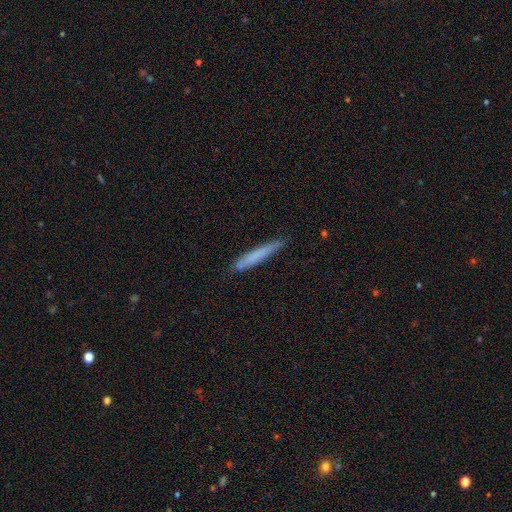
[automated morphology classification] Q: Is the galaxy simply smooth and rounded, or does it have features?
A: smooth — 72%.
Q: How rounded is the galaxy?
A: cigar-shaped — 94%.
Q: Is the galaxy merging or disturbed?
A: none — 82%.